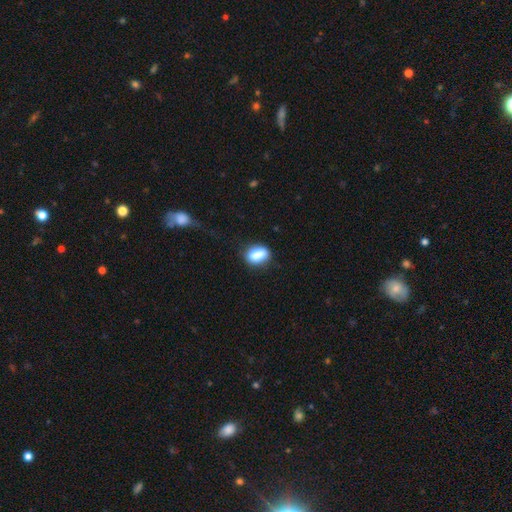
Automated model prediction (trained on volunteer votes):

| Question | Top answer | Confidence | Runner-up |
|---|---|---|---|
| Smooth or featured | smooth | 84% | star or artifact (8%) |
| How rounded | in between | 79% | round (16%) |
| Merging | none | 78% | minor disturbance (16%) |